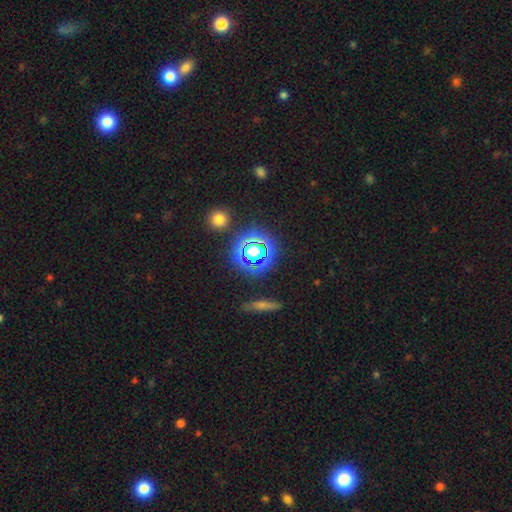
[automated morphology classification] star or artifact 64%, smooth 25%, featured or disk 11%.